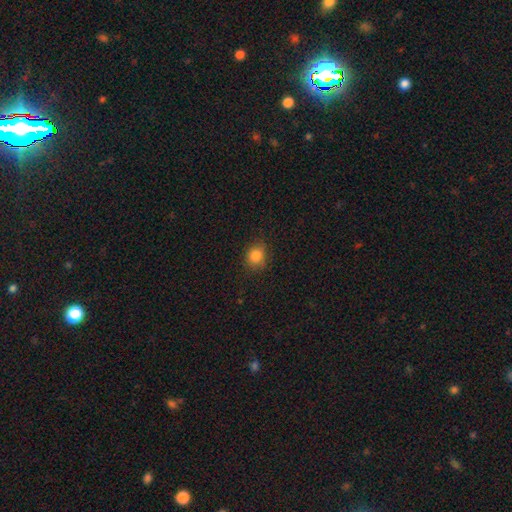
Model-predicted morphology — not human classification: Overall: smooth (83%). How rounded: round (73%). Merging: none (82%).